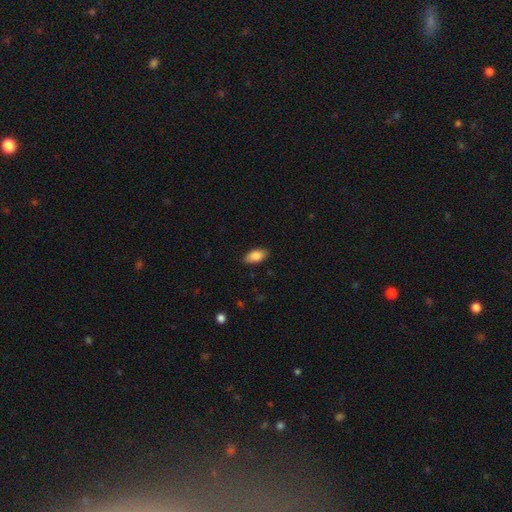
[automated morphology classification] Overall: smooth (86%). How rounded: in between (92%). Merging: none (87%).